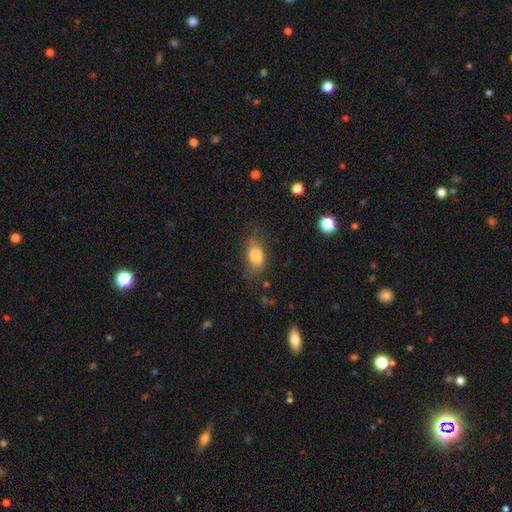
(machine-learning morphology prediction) smooth_or_featured: smooth (p=0.79) [alt: featured or disk p=0.12]
how_rounded: in between (p=0.81) [alt: round p=0.15]
merging: none (p=0.63) [alt: minor disturbance p=0.25]